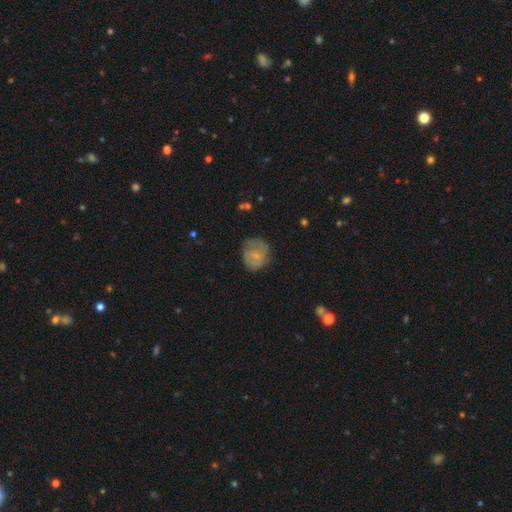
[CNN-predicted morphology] The model was most divided on "smooth or featured": smooth: 61%, featured or disk: 30%, star or artifact: 8%. More confident: how rounded — round (76%); merging — none (60%).